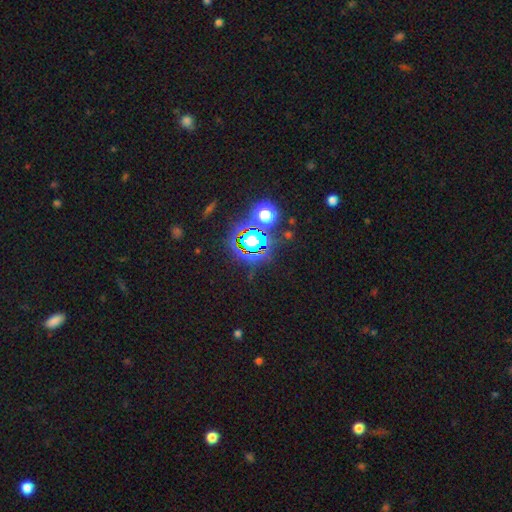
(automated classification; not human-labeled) star or artifact 80%, smooth 12%, featured or disk 8%.